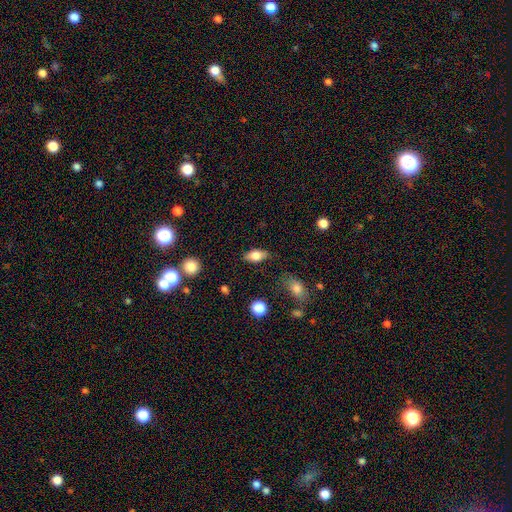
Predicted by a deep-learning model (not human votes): smooth_or_featured: smooth (p=0.77) [alt: featured or disk p=0.15]
how_rounded: in between (p=0.87) [alt: cigar-shaped p=0.07]
merging: none (p=0.80) [alt: minor disturbance p=0.14]